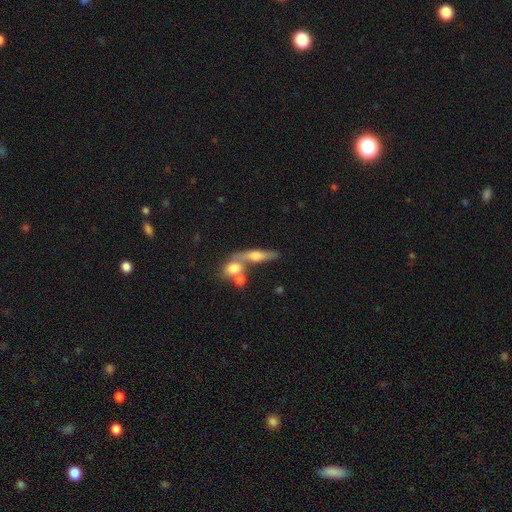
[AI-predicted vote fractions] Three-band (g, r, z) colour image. It shows a smooth galaxy with no disk features (47%). Merging: none (46%).